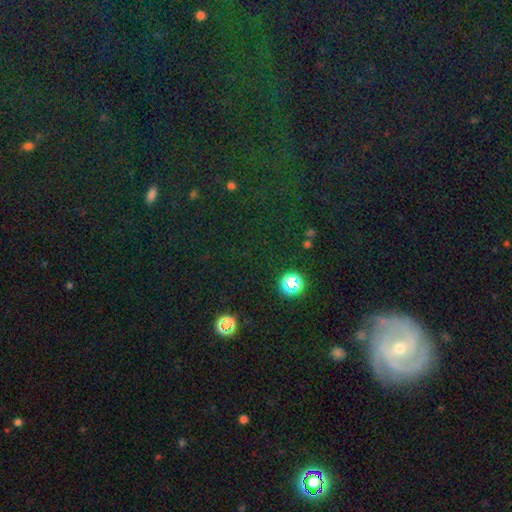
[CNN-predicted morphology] Q: Smooth or featured?
A: star or artifact (49%); runner-up: featured or disk (26%)